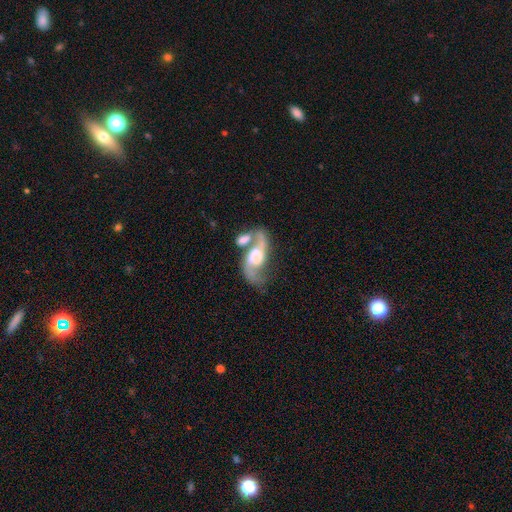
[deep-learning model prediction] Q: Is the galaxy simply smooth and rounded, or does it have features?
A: featured or disk — 85%.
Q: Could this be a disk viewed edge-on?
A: no — 96%.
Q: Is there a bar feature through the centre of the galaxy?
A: no — 44%.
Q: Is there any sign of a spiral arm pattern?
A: yes — 95%.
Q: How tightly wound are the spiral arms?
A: loose — 60%.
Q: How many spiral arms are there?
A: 2 — 90%.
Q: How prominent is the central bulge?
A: large — 33%, tied with moderate.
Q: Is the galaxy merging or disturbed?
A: merger — 42%.